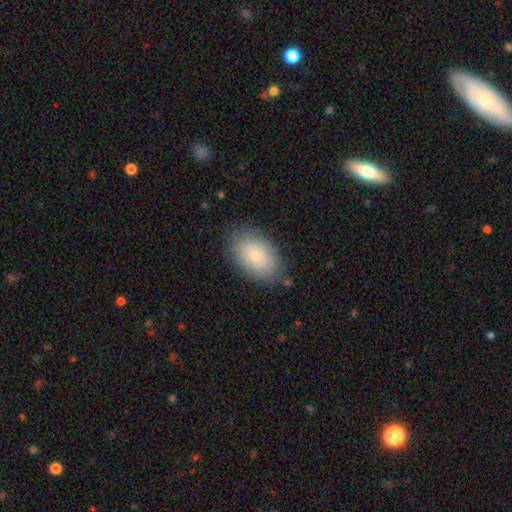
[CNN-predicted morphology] This is clearly a smooth galaxy (84%). How rounded: clearly in between (92%). Merging: clearly none (83%).